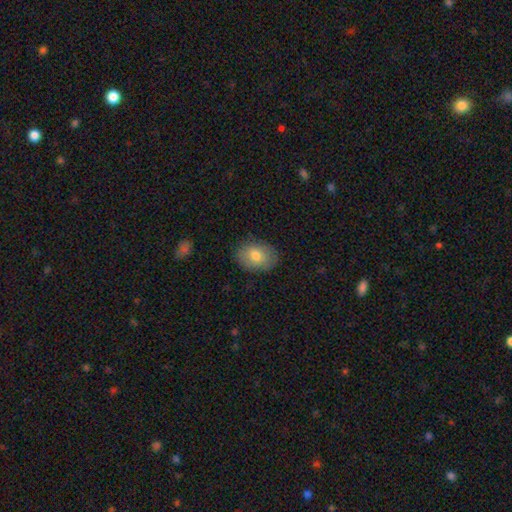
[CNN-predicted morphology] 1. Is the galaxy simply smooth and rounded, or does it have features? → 77% smooth, 16% featured or disk, 7% star or artifact.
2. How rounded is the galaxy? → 77% in between, 22% round, 1% cigar-shaped.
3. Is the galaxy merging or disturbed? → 84% none, 12% minor disturbance, 3% major disturbance, 1% merger.